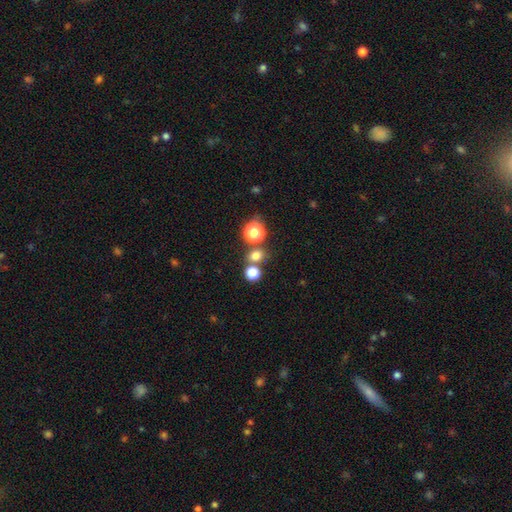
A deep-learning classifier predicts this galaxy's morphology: This is likely a smooth galaxy (71%). How rounded: likely round (77%). Merging: likely none (66%).